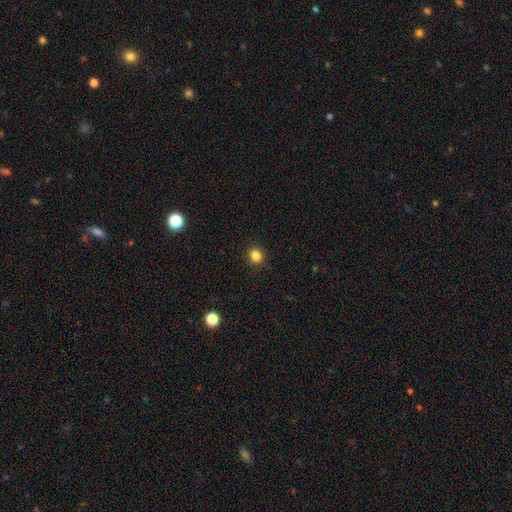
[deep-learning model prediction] Smooth or featured? smooth (84%)
How rounded? round (80%)
Merging? none (91%)